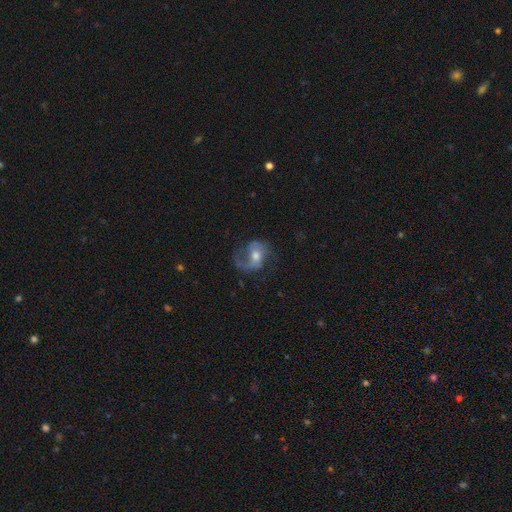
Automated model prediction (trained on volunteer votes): Smooth or featured? featured or disk (71%)
Edge-on disk? no (97%)
Bar? no (48%)
Spiral arms? yes (88%)
Spiral winding? medium (43%, tied with loose)
Spiral arm count? 2 (64%)
Bulge size? moderate (64%)
Merging? none (53%)